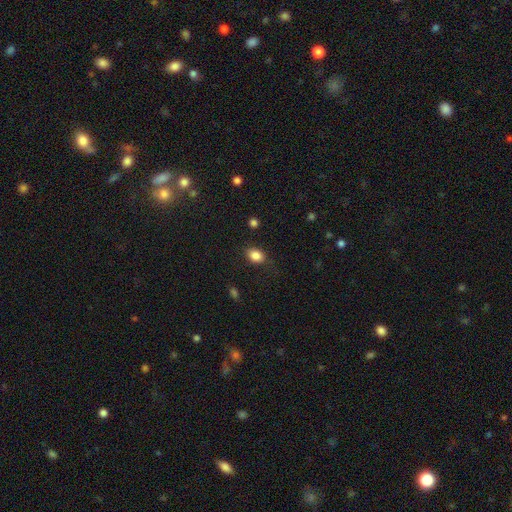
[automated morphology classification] type=smooth (86%); roundness=in between (71%); merging=none (80%).